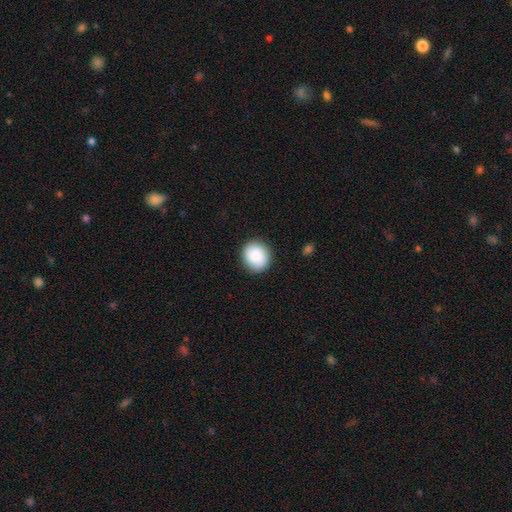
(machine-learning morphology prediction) Smooth or featured: smooth — 87% (star or artifact — 7%)
How rounded: round — 72% (in between — 27%)
Merging: none — 88% (minor disturbance — 9%)